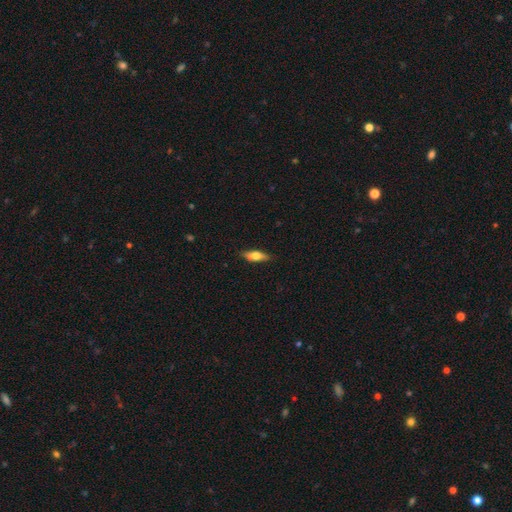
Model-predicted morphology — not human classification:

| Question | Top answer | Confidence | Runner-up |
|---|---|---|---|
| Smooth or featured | smooth | 60% | featured or disk (34%) |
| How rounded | in between | 53% | cigar-shaped (44%) |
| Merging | none | 87% | minor disturbance (10%) |